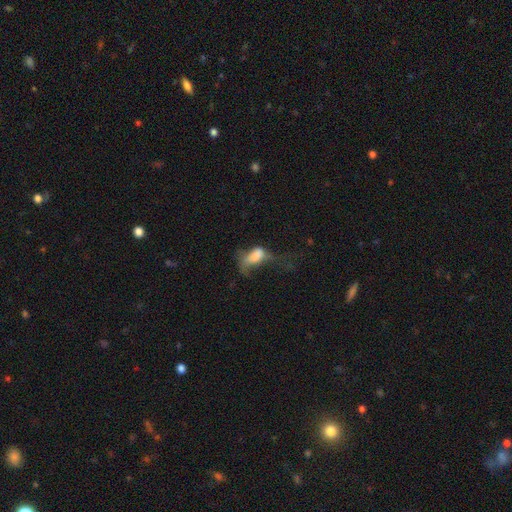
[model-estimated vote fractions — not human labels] Morphology: type=smooth (63%); roundness=in between (86%); merging=major disturbance (61%).